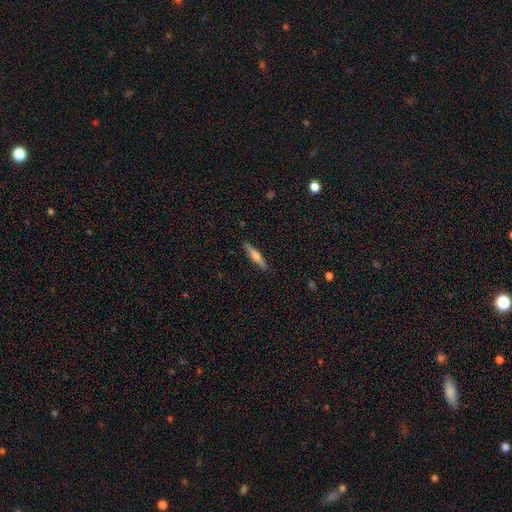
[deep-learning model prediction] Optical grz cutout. It shows a smooth galaxy with no disk features (53%) that is cigar-shaped (86%). Merging: none (88%).